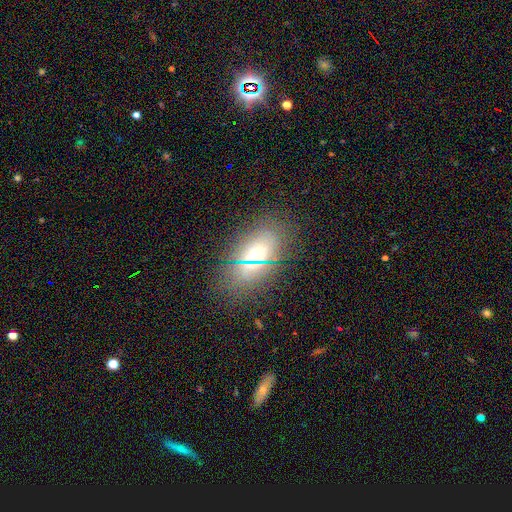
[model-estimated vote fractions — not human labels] Smooth or featured: smooth — 56% (featured or disk — 22%)
How rounded: in between — 83% (round — 12%)
Merging: none — 82% (minor disturbance — 12%)